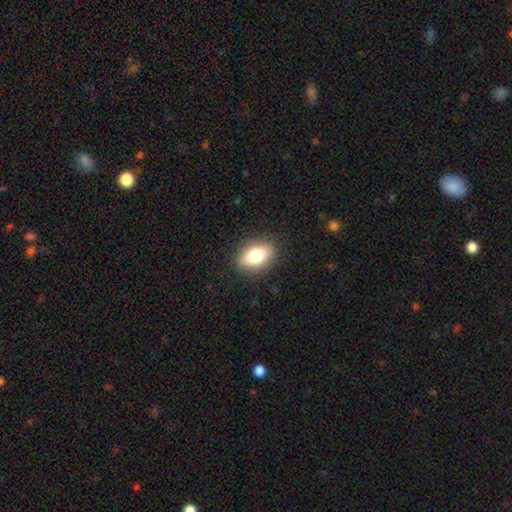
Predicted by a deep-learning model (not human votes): Smooth or featured?
  - smooth: 77% *
  - featured or disk: 15%
  - star or artifact: 8%
How rounded?
  - in between: 84% *
  - round: 12%
  - cigar-shaped: 3%
Merging?
  - none: 87% *
  - minor disturbance: 10%
  - major disturbance: 3%
  - merger: 1%